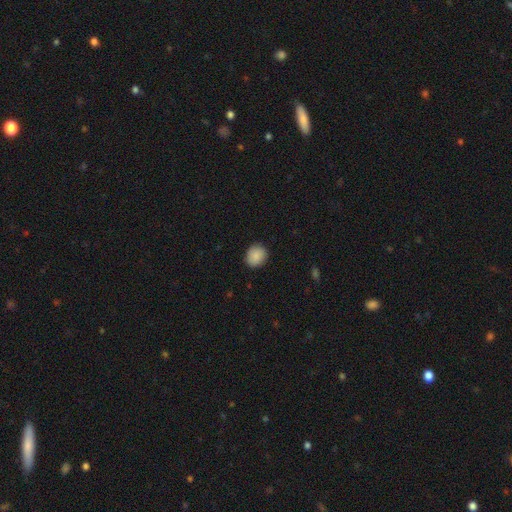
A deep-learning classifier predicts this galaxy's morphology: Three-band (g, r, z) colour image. It shows a smooth galaxy with no disk features (88%) that is round (68%). Merging: none (88%).